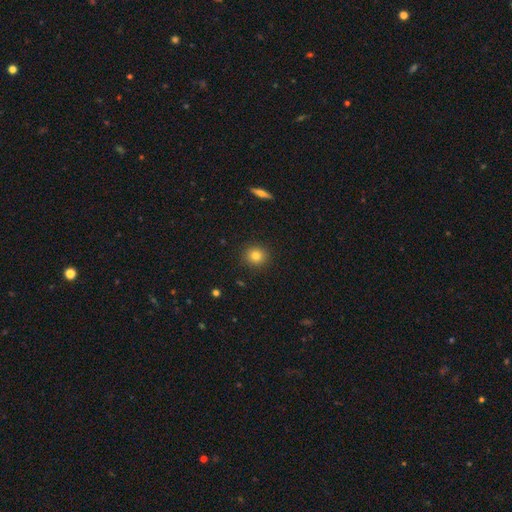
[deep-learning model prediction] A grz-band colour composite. It shows a smooth galaxy with no disk features (81%) that is round (89%). Merging: none (91%).